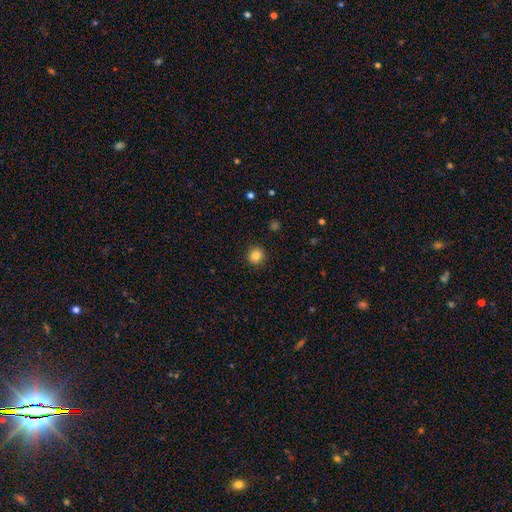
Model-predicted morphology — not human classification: A smooth galaxy with no disk features (84%) that is round (93%).

Vote fractions:
- Smooth or featured? smooth: 84% / star or artifact: 11% / featured or disk: 5%
- How rounded? round: 93% / in between: 6% / cigar-shaped: 1%
- Merging? none: 91% / minor disturbance: 6% / major disturbance: 2% / merger: 1%